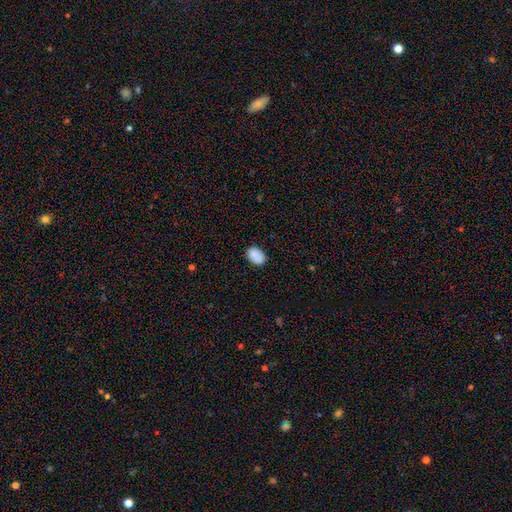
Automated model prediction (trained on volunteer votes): Smooth or featured: smooth — 87% (star or artifact — 7%)
How rounded: in between — 86% (round — 13%)
Merging: none — 81% (minor disturbance — 14%)